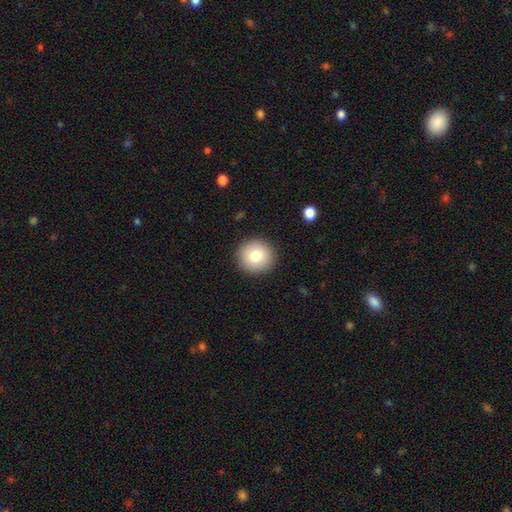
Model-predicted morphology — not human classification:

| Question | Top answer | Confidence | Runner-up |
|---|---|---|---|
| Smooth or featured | smooth | 80% | featured or disk (12%) |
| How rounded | round | 93% | in between (6%) |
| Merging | none | 91% | minor disturbance (6%) |